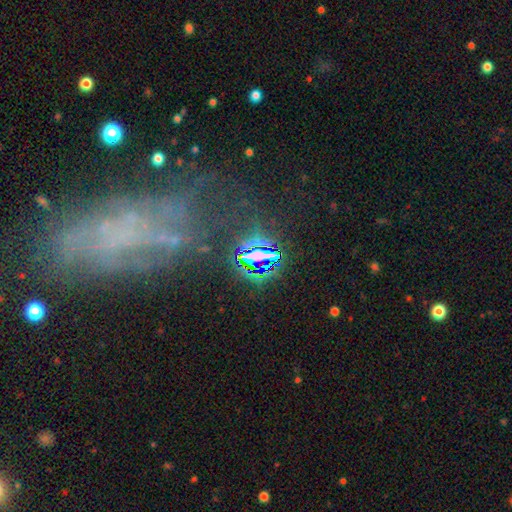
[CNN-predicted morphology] This is likely a star or artifact rather than a galaxy (76%).